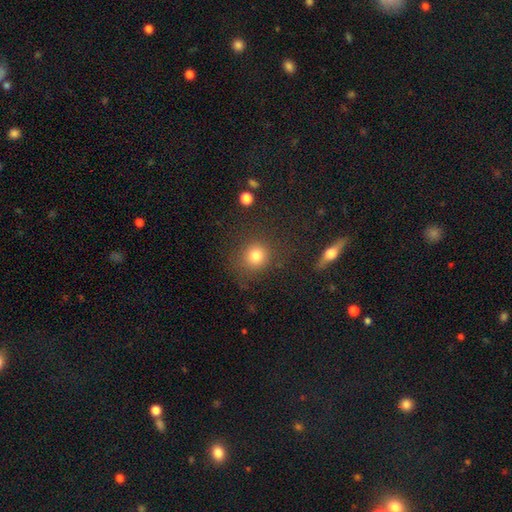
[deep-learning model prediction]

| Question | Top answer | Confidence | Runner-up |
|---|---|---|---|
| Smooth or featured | smooth | 80% | star or artifact (12%) |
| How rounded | round | 88% | in between (11%) |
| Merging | none | 80% | minor disturbance (11%) |